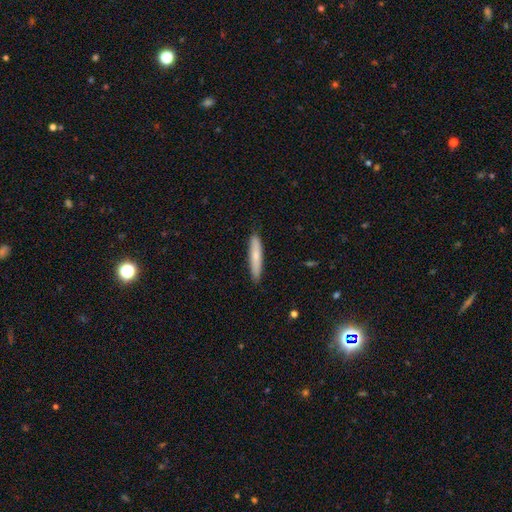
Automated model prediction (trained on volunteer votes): Overall: smooth (74%). How rounded: cigar-shaped (90%). Merging: none (88%).